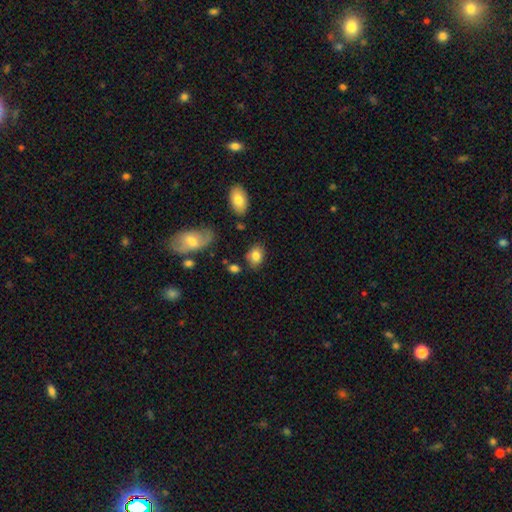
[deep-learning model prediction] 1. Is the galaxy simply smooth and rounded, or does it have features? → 82% smooth, 9% featured or disk, 8% star or artifact.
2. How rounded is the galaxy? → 70% in between, 29% round, 1% cigar-shaped.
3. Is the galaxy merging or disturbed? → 76% none, 16% minor disturbance, 5% merger, 4% major disturbance.